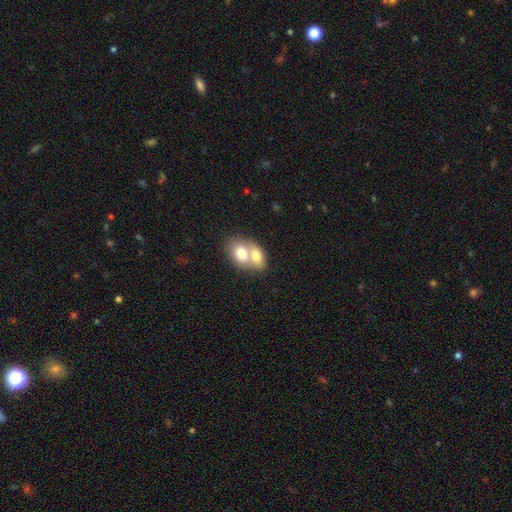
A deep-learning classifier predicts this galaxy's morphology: Smooth or featured: smooth — 71% (featured or disk — 23%)
How rounded: in between — 75% (round — 24%)
Merging: merger — 75% (none — 17%)